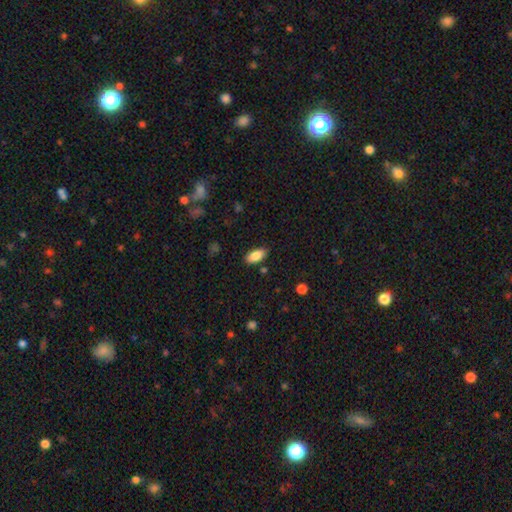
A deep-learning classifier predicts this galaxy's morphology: type=smooth (87%); roundness=in between (91%); merging=none (84%).